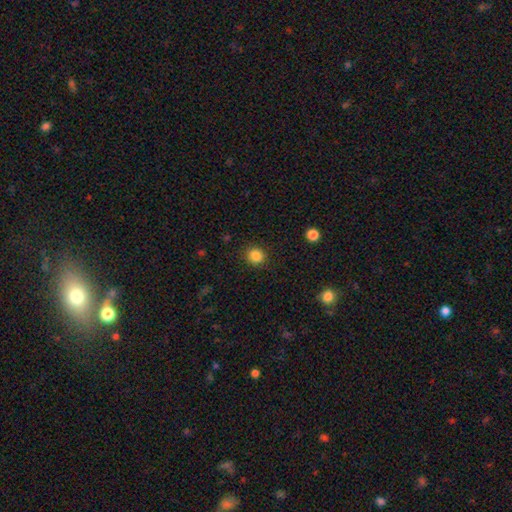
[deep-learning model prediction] The model was most divided on "smooth or featured": smooth: 85%, star or artifact: 11%, featured or disk: 4%. More confident: merging — none (89%); how rounded — round (87%).